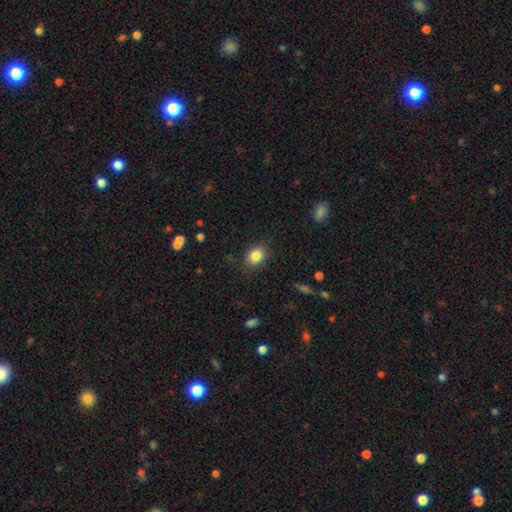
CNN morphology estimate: type=smooth (84%); roundness=in between (57%); merging=none (84%).